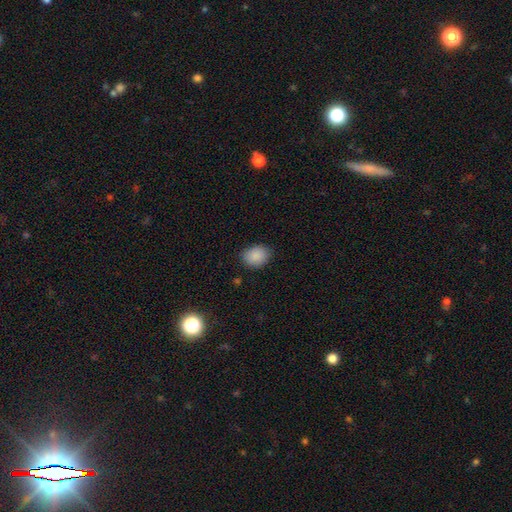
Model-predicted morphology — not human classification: This appears to be a smooth galaxy with no disk features (89%) that is in between round and cigar-shaped (59%). Merging: none (81%).